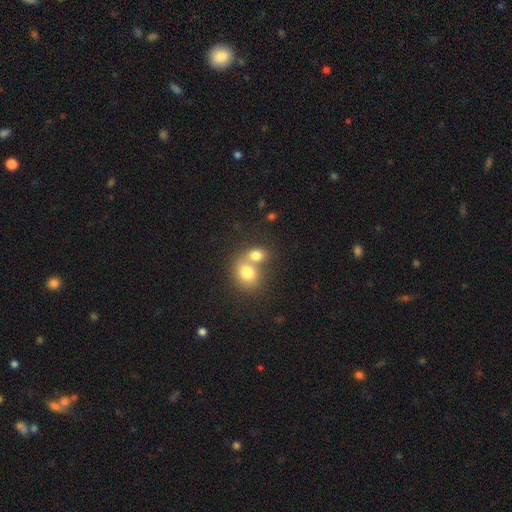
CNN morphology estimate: smooth-or-featured: smooth: 76% | featured or disk: 13% | star or artifact: 10%
  how-rounded: round: 53% | in between: 46% | cigar-shaped: 1%
  merging: merger: 62% | none: 29% | minor disturbance: 6% | major disturbance: 3%